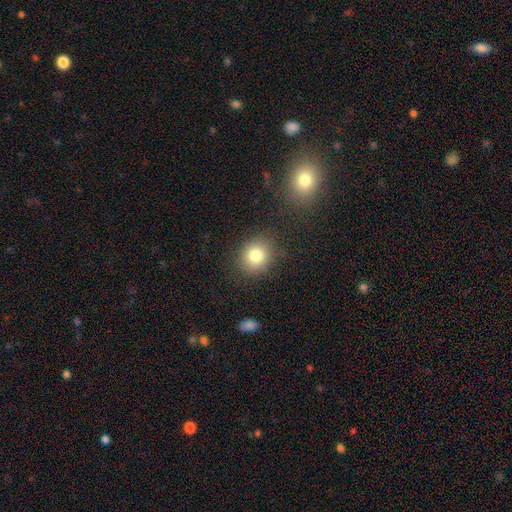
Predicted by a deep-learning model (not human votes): The model was most divided on "how rounded": round: 70%, in between: 29%, cigar-shaped: 1%. More confident: merging — none (83%); smooth or featured — smooth (80%).